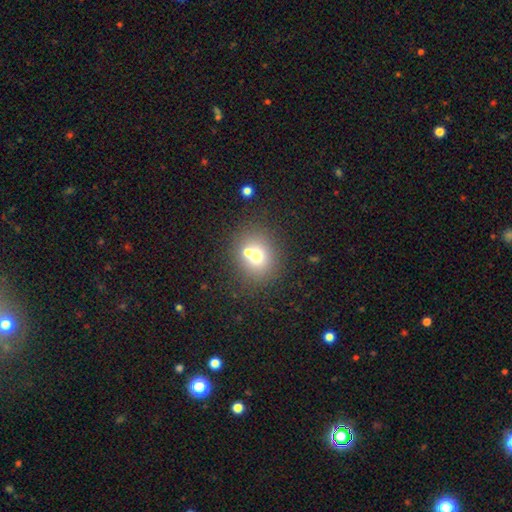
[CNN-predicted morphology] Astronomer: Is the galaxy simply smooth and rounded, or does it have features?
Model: smooth — 67%.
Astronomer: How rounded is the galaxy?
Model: round — 74%.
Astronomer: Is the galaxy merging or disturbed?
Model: none — 54% (runner-up: merger, 34%).